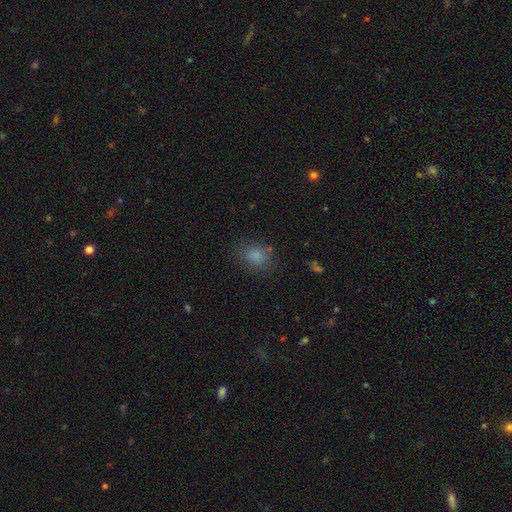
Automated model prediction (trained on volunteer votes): This appears to be a smooth galaxy with no disk features (81%) that is in between round and cigar-shaped (64%). Merging: none (73%).